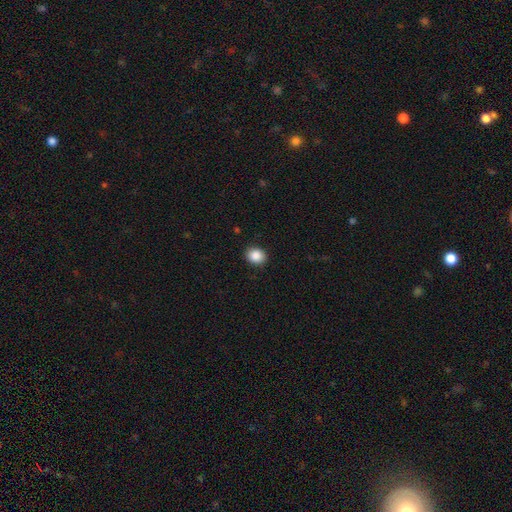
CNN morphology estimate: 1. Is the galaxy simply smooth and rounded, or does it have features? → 88% smooth, 9% star or artifact, 3% featured or disk.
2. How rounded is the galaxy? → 61% round, 38% in between, 1% cigar-shaped.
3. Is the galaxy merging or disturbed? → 90% none, 7% minor disturbance, 2% major disturbance, 1% merger.